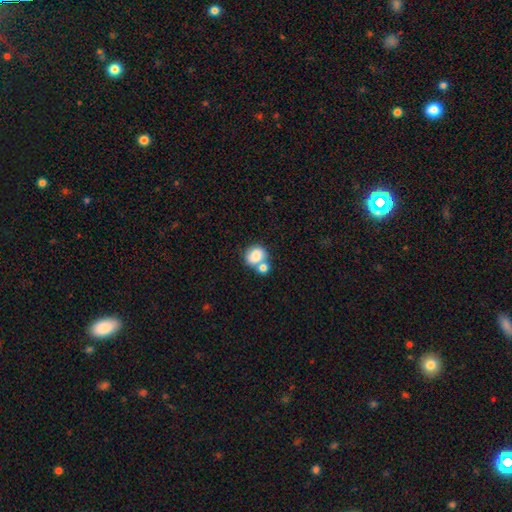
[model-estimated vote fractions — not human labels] Morphology: type=smooth (80%); roundness=round (64%); merging=merger (50%).